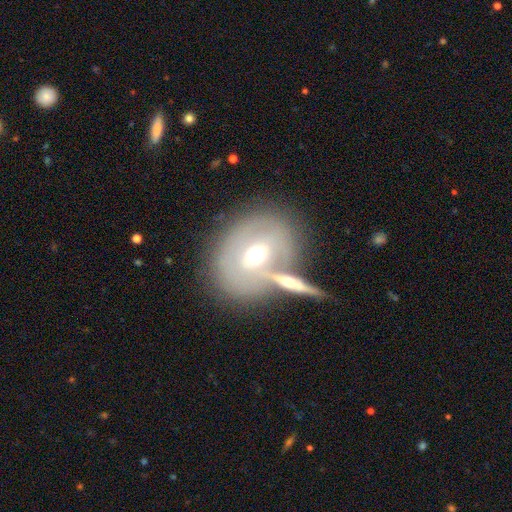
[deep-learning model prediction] A featured or disk galaxy (50%).

Vote fractions:
- Smooth or featured? featured or disk: 50% / smooth: 42% / star or artifact: 8%
- Edge-on disk? no: 76% / yes: 24%
- Merging? none: 51% / merger: 28% / minor disturbance: 14% / major disturbance: 7%